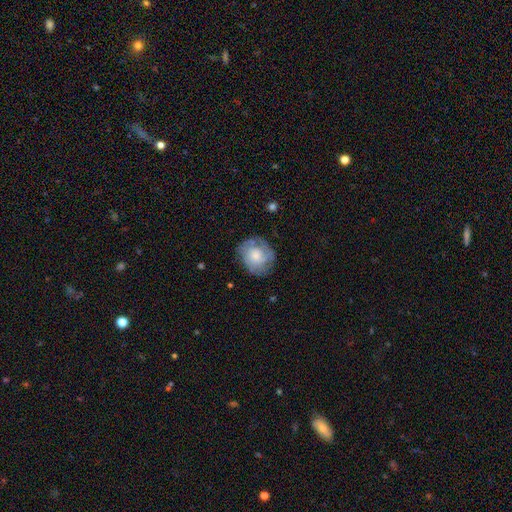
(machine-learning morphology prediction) This is possibly a featured or disk galaxy (54%). It is clearly not viewed edge-on (97%). Bar: clearly no (81%). Spiral arm pattern: likely yes (77%). Central bulge: marginally moderate (37%). Merging: likely none (69%).